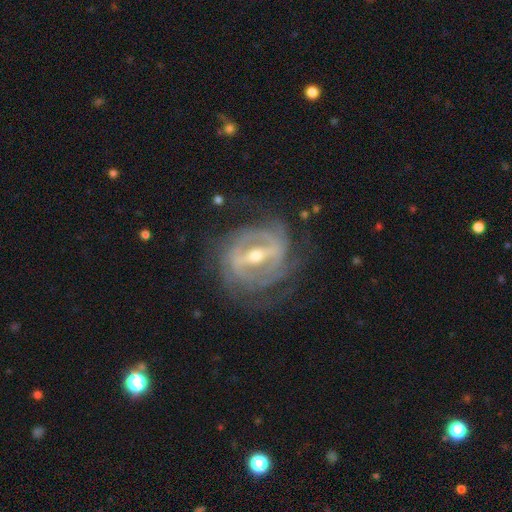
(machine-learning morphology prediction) Smooth or featured? Predicted: featured or disk (p=0.90). Edge-on disk? Predicted: no (p=0.93). Bar? Predicted: strong (p=0.72). Spiral arms? Predicted: yes (p=0.89). Spiral winding? Predicted: tight (p=0.61). Spiral arm count? Predicted: can't tell (p=0.31). Bulge size? Predicted: moderate (p=0.55). Merging? Predicted: none (p=0.70).